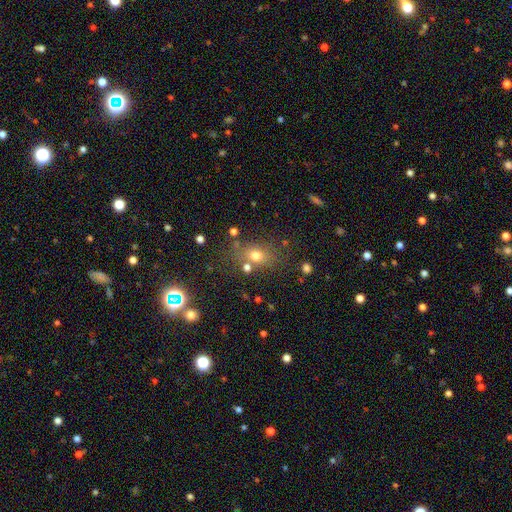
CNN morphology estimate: A smooth galaxy with no disk features (71%) that is in between round and cigar-shaped (60%). Merging: none (69%).